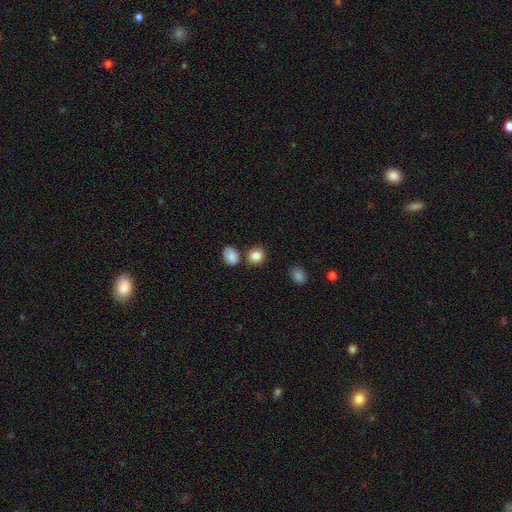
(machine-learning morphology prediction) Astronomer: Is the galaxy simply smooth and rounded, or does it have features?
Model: smooth — 85%.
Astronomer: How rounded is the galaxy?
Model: round — 77%.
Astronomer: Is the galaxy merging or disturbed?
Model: none — 78%.